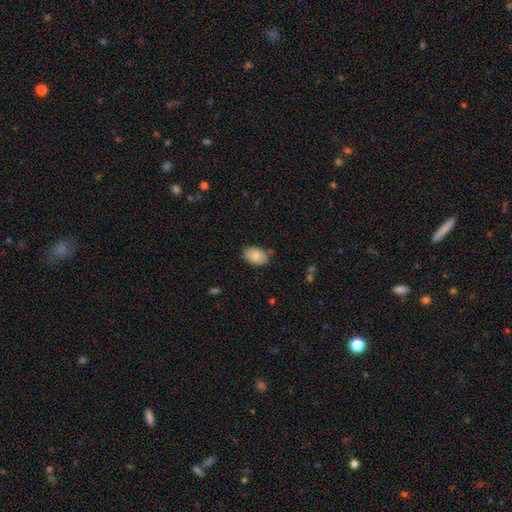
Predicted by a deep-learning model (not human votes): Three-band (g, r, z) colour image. It shows a smooth galaxy with no disk features (79%) that is in between round and cigar-shaped (88%). Merging: none (80%).